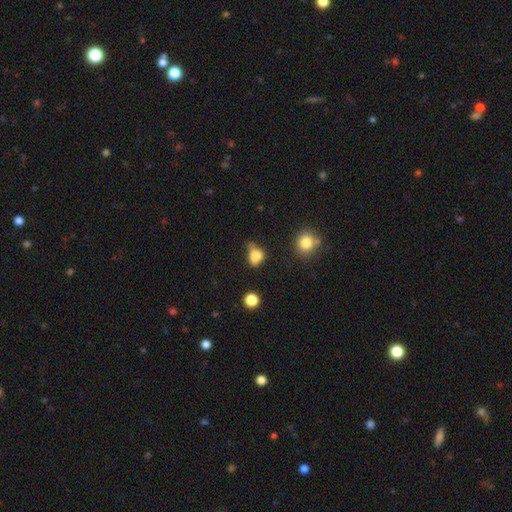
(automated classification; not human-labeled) Smooth or featured? Predicted: smooth (p=0.77). How rounded? Predicted: in between (p=0.59). Merging? Predicted: minor disturbance (p=0.39).